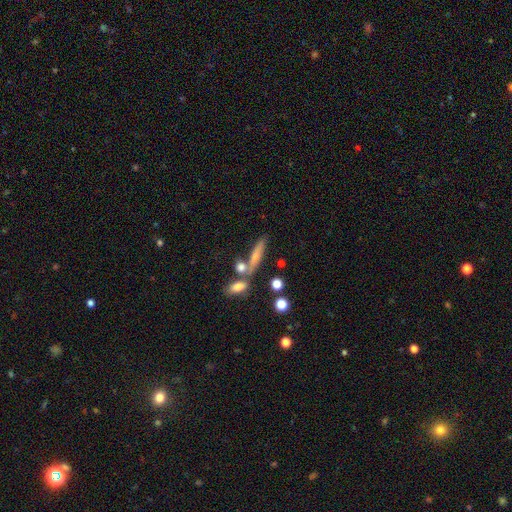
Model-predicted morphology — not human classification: Smooth or featured? smooth (64%)
How rounded? cigar-shaped (71%)
Merging? none (53%)